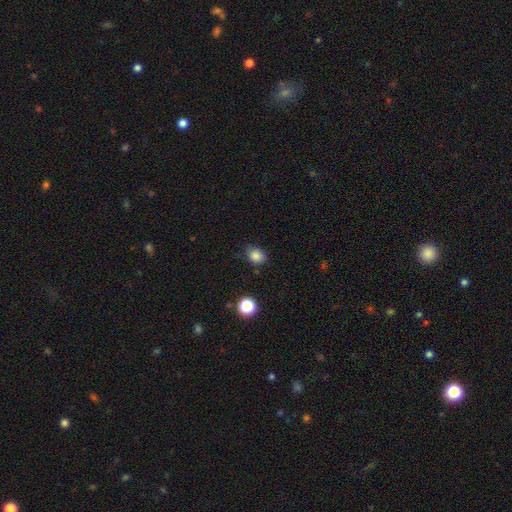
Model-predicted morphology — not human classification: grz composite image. It shows a smooth galaxy with no disk features (84%) that is round (53%). Merging: none (76%).